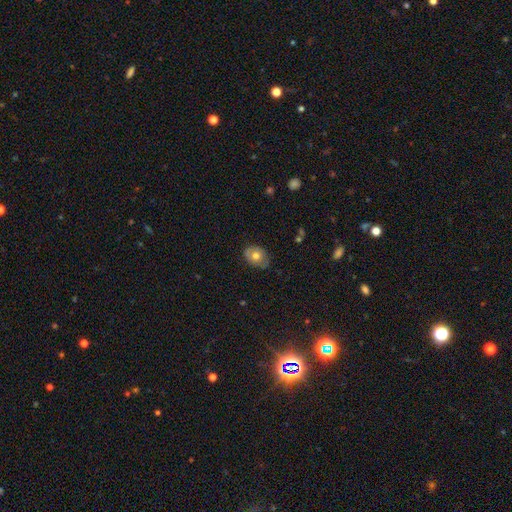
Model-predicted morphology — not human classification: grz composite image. It shows a smooth galaxy with no disk features (65%) that is in between round and cigar-shaped (62%). Merging: none (75%).